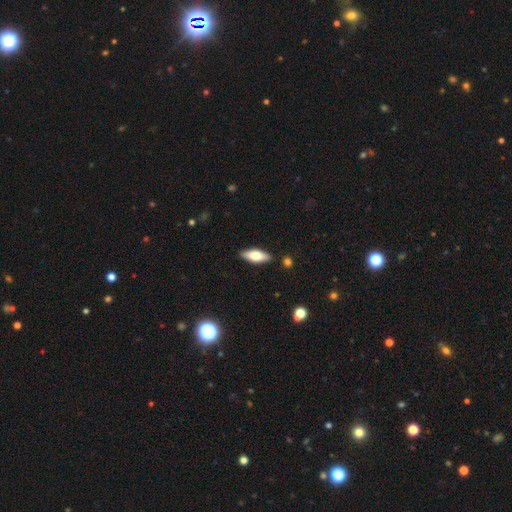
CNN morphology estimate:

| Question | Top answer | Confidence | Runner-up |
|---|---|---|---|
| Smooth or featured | smooth | 66% | featured or disk (28%) |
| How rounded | in between | 68% | cigar-shaped (29%) |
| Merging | none | 88% | minor disturbance (9%) |